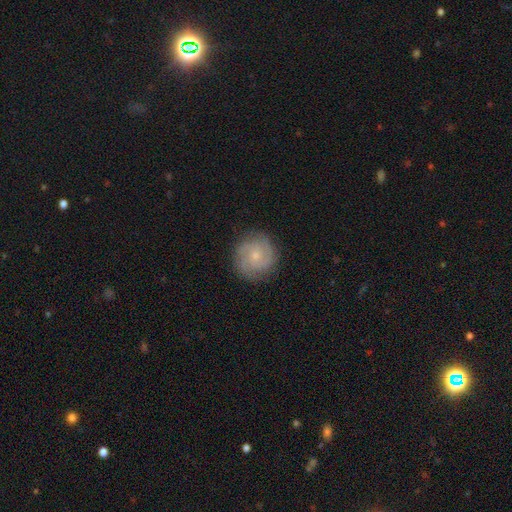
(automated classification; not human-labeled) The model was most divided on "spiral arm count": 2: 34%, 3: 27%, can't tell: 21%, 4: 7%, 1: 5%, more than 4: 5%. More confident: edge-on disk — no (98%); spiral arms — yes (94%); merging — none (85%); bar — no (76%); bulge size — small (72%); smooth or featured — featured or disk (71%); spiral winding — tight (65%).